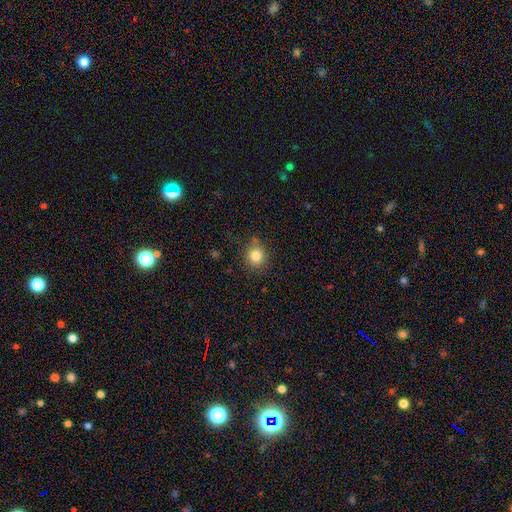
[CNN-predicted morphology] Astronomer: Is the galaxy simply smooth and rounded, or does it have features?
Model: smooth — 81%.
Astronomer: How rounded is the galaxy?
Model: round — 84%.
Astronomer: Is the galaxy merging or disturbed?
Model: none — 83%.